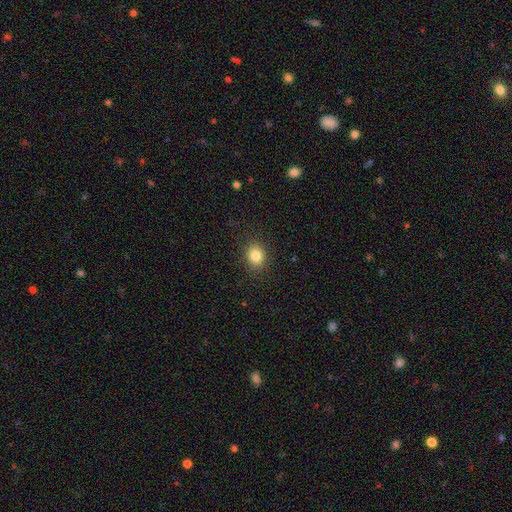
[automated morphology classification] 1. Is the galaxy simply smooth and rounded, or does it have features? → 84% smooth, 10% star or artifact, 6% featured or disk.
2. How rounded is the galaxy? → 54% round, 46% in between, 1% cigar-shaped.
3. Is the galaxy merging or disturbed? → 88% none, 8% minor disturbance, 3% major disturbance, 1% merger.